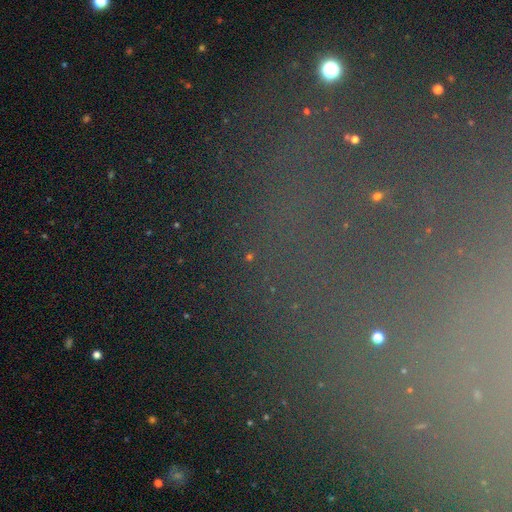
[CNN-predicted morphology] This appears to be a star or artifact, not a galaxy (75%).